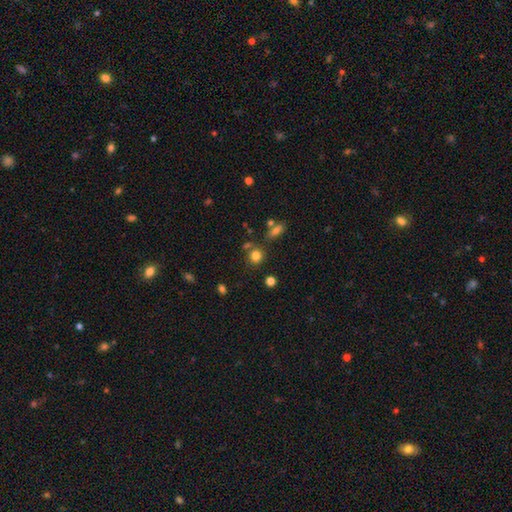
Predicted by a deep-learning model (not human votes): Q: Smooth or featured?
A: smooth (80%); runner-up: star or artifact (13%)
Q: How rounded?
A: round (85%); runner-up: in between (13%)
Q: Merging?
A: none (72%); runner-up: merger (13%)